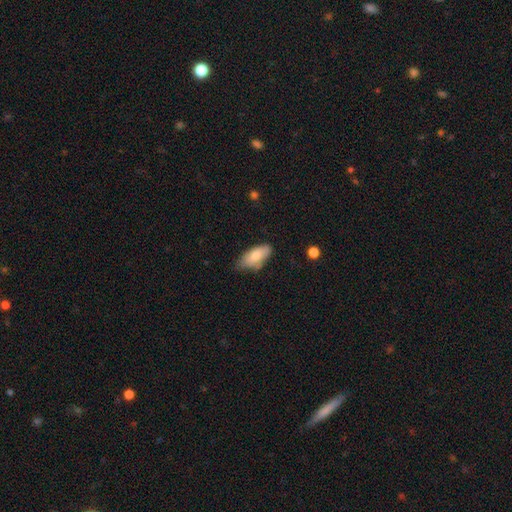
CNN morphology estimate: Smooth or featured? Predicted: smooth (p=0.77). How rounded? Predicted: in between (p=0.90). Merging? Predicted: none (p=0.57).